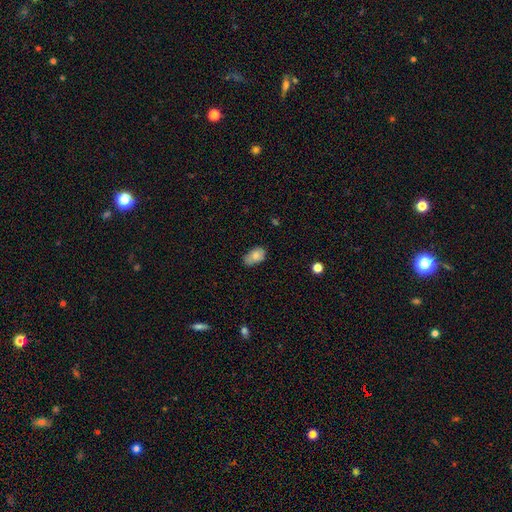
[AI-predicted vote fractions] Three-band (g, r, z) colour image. It shows a smooth galaxy with no disk features (77%) that is in between round and cigar-shaped (90%). Merging: none (62%).